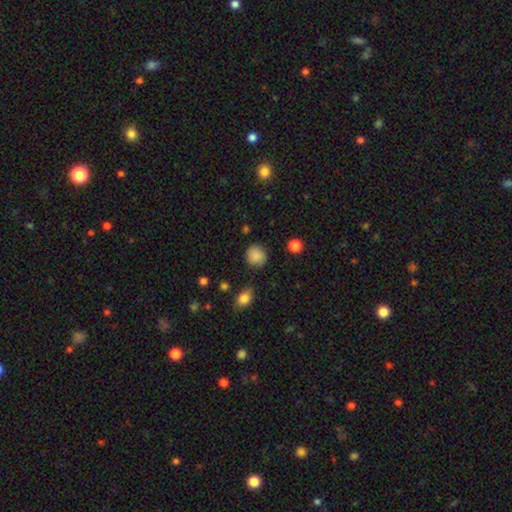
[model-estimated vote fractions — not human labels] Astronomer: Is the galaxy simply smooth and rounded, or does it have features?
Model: smooth — 86%.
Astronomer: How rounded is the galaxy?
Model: round — 88%.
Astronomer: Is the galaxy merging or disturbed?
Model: none — 81%.